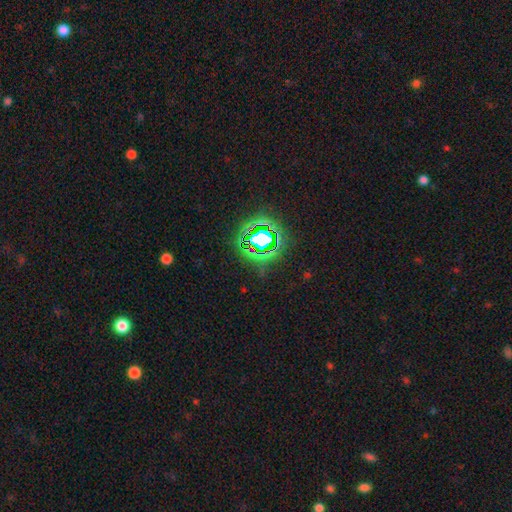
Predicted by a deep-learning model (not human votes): A star or artifact, not a galaxy (82%).